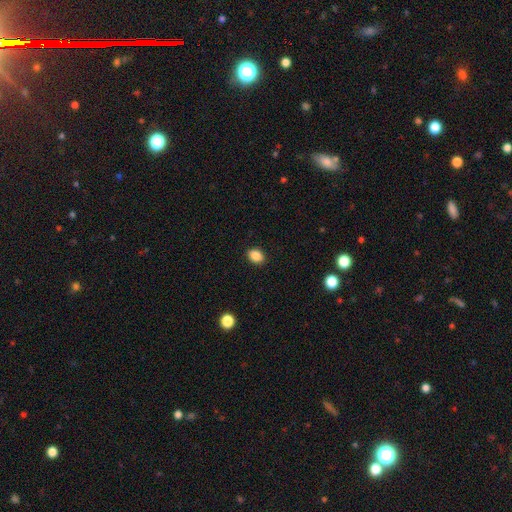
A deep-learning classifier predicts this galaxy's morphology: A smooth galaxy with no disk features (88%) that is in between round and cigar-shaped (68%). Merging: none (90%).